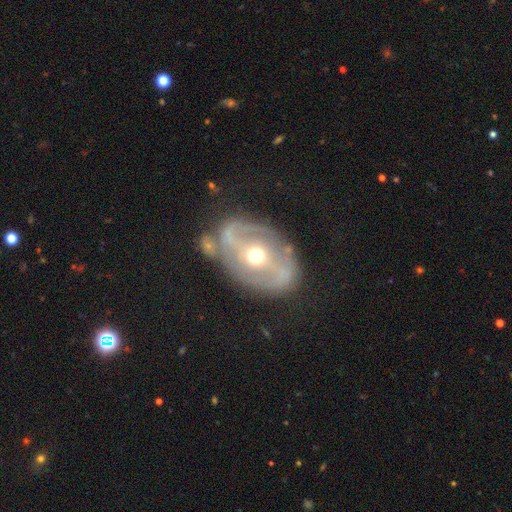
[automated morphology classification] smooth-or-featured: featured or disk: 77% | smooth: 17% | star or artifact: 6%
  disk-edge-on: no: 95% | yes: 5%
    bar: no: 44% | weak: 33% | strong: 22%
    has-spiral-arms: yes: 62% | no: 38%
    bulge-size: moderate: 78% | small: 11% | large: 9% | dominant: 1% | none: 1%
  merging: none: 61% | minor disturbance: 18% | merger: 11% | major disturbance: 10%